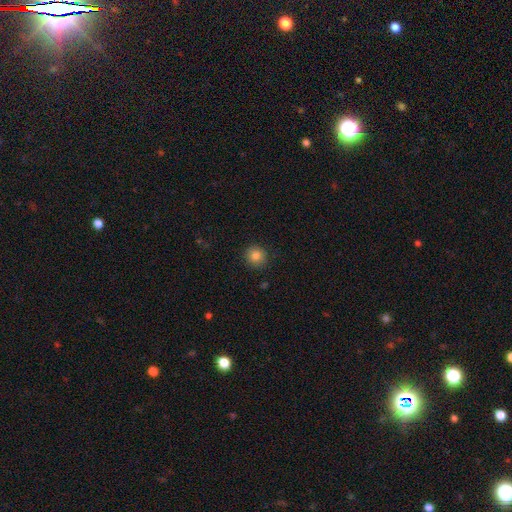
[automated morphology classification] Smooth or featured? smooth (83%)
How rounded? round (93%)
Merging? none (90%)